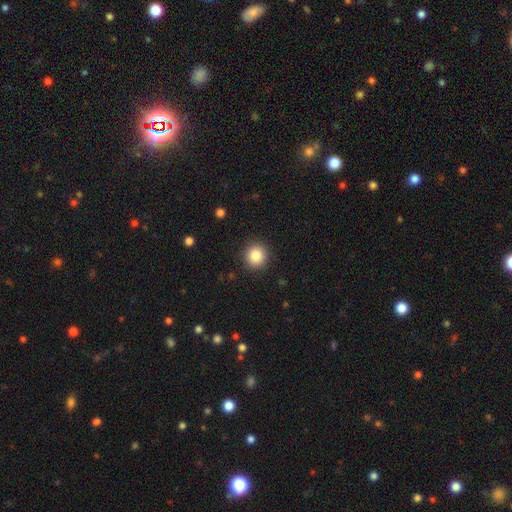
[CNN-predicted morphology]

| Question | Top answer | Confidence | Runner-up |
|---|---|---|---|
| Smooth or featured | smooth | 85% | star or artifact (10%) |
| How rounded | round | 93% | in between (7%) |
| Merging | none | 91% | minor disturbance (6%) |